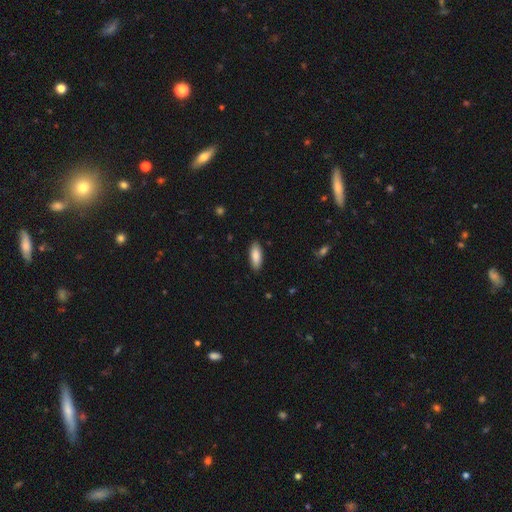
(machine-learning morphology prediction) A smooth galaxy with no disk features (87%) that is in between round and cigar-shaped (76%).

Vote fractions:
- Smooth or featured? smooth: 87% / featured or disk: 7% / star or artifact: 6%
- How rounded? in between: 76% / cigar-shaped: 22% / round: 2%
- Merging? none: 88% / minor disturbance: 9% / major disturbance: 2% / merger: 1%